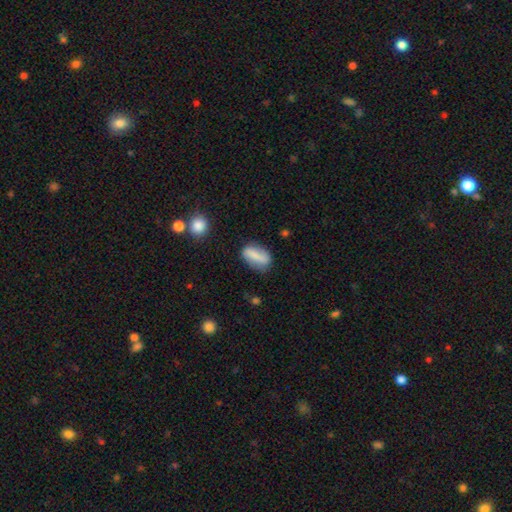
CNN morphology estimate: Smooth or featured?
  - smooth: 69% *
  - featured or disk: 23%
  - star or artifact: 8%
How rounded?
  - in between: 81% *
  - cigar-shaped: 13%
  - round: 6%
Merging?
  - none: 72% *
  - minor disturbance: 19%
  - major disturbance: 6%
  - merger: 3%